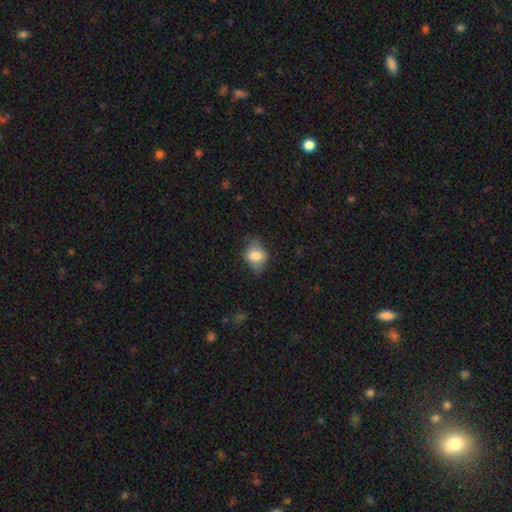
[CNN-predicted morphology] Overall: smooth (73%). How rounded: in between (68%; round 30%). Merging: none (59%; minor disturbance 28%).